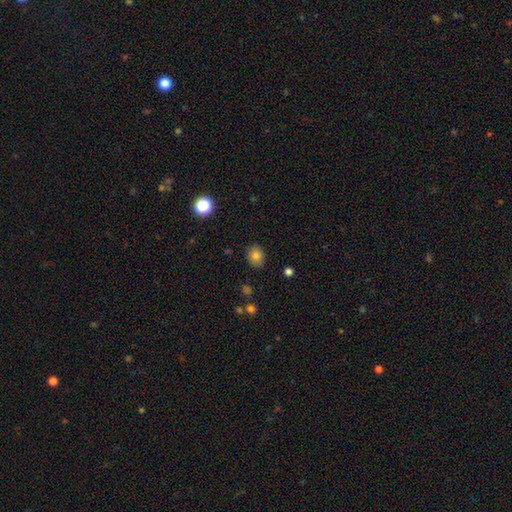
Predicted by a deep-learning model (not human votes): Smooth or featured?
  - smooth: 80% *
  - star or artifact: 11%
  - featured or disk: 9%
How rounded?
  - round: 59% *
  - in between: 40%
  - cigar-shaped: 1%
Merging?
  - none: 85% *
  - minor disturbance: 11%
  - major disturbance: 2%
  - merger: 1%